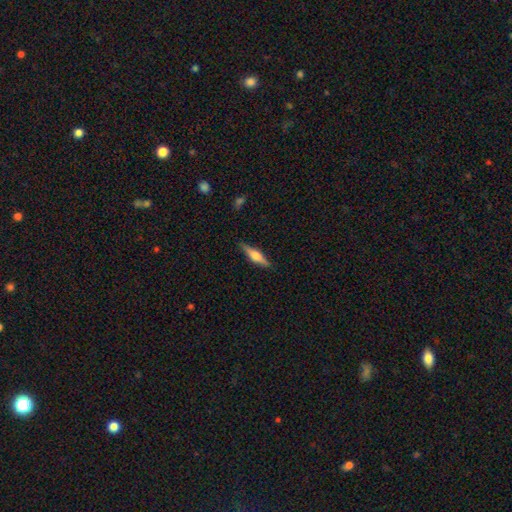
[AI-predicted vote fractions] Smooth or featured? featured or disk (61%)
Edge-on disk? yes (97%)
Edge-on bulge? rounded (87%)
Merging? none (87%)